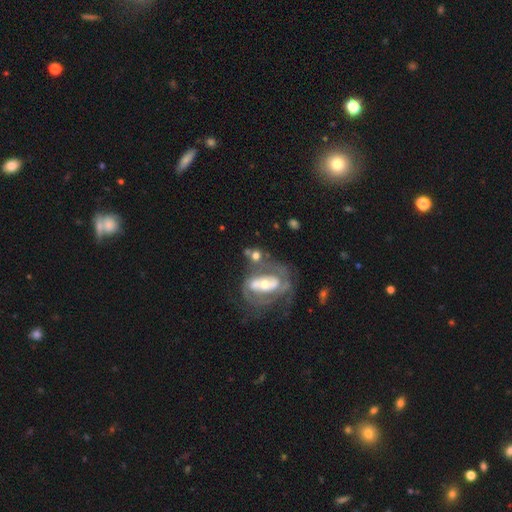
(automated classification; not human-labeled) This is possibly a featured or disk galaxy (58%). It is clearly not viewed edge-on (92%). Bar: possibly no (58%). Spiral arm pattern: possibly yes (54%). Central bulge: likely moderate (62%). Merging: marginally none (37%).